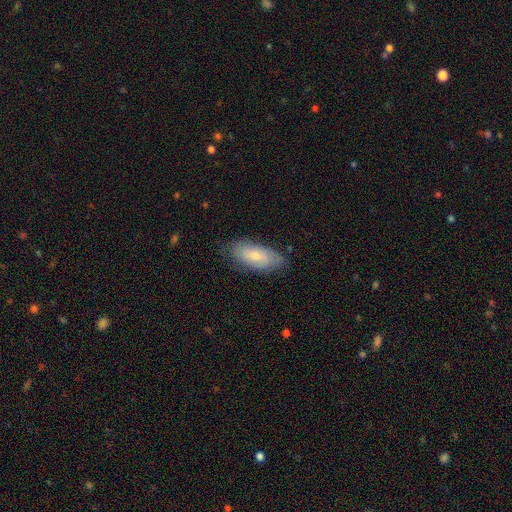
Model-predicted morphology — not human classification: The model was most divided on "smooth or featured": smooth: 55%, featured or disk: 38%, star or artifact: 7%. More confident: how rounded — in between (84%); merging — none (76%).